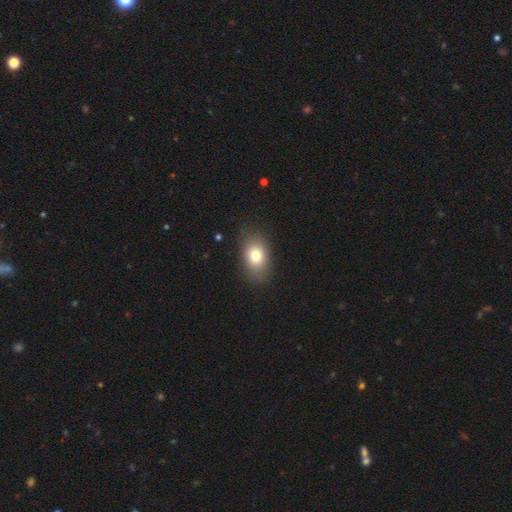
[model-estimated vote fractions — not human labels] Morphology: type=smooth (77%); roundness=in between (78%); merging=none (83%).